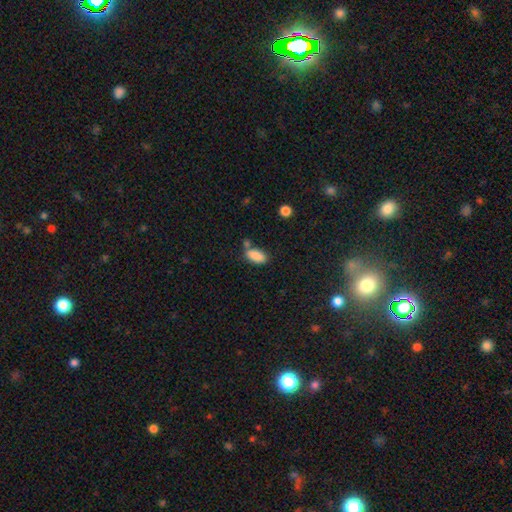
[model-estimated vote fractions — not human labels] Smooth or featured? Predicted: smooth (p=0.86). How rounded? Predicted: in between (p=0.90). Merging? Predicted: none (p=0.64).